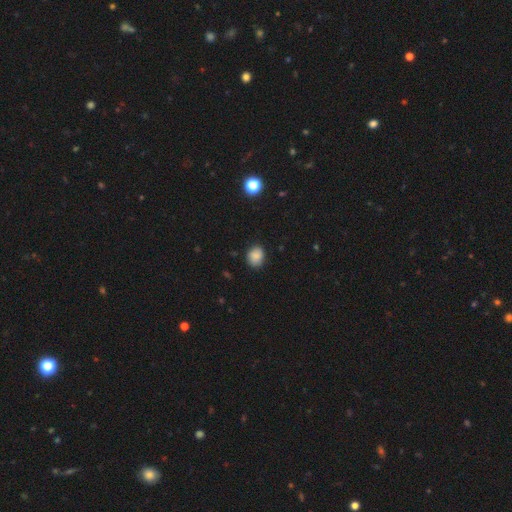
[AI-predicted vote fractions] smooth-or-featured: smooth: 85% | star or artifact: 9% | featured or disk: 6%
  how-rounded: round: 54% | in between: 45% | cigar-shaped: 1%
  merging: none: 79% | minor disturbance: 16% | major disturbance: 3% | merger: 1%